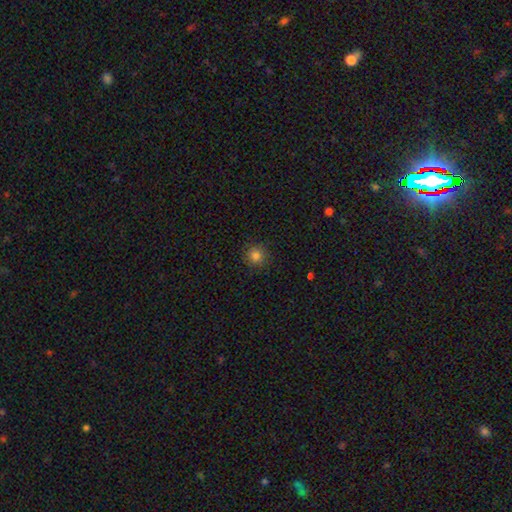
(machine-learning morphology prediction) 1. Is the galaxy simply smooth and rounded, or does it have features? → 81% smooth, 13% star or artifact, 6% featured or disk.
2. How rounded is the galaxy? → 93% round, 6% in between, 1% cigar-shaped.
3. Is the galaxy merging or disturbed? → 88% none, 8% minor disturbance, 2% major disturbance, 1% merger.